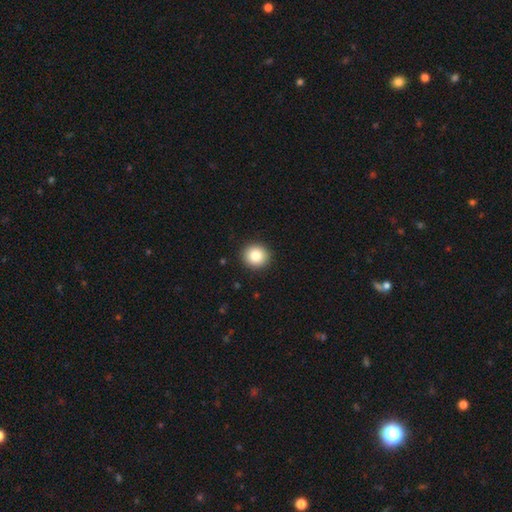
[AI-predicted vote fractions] Q: Smooth or featured?
A: smooth (84%); runner-up: star or artifact (9%)
Q: How rounded?
A: round (90%); runner-up: in between (9%)
Q: Merging?
A: none (92%); runner-up: minor disturbance (5%)